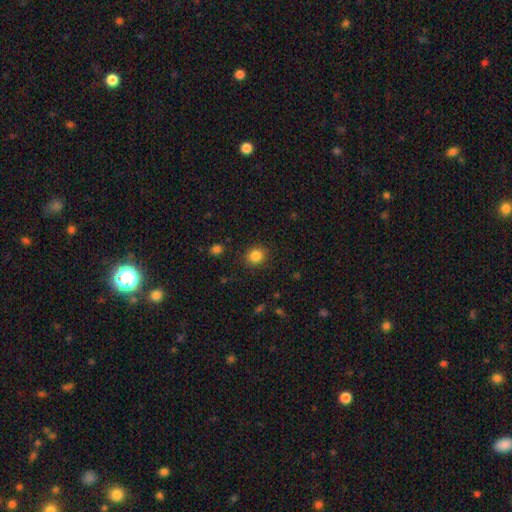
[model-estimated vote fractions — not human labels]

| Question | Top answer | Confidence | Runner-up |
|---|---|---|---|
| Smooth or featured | smooth | 84% | star or artifact (11%) |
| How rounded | round | 77% | in between (22%) |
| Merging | none | 88% | minor disturbance (8%) |